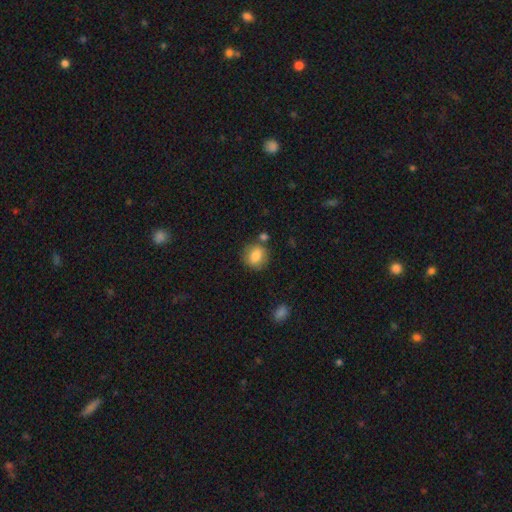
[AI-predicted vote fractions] Smooth or featured: smooth — 83% (featured or disk — 9%)
How rounded: round — 72% (in between — 26%)
Merging: none — 72% (minor disturbance — 14%)